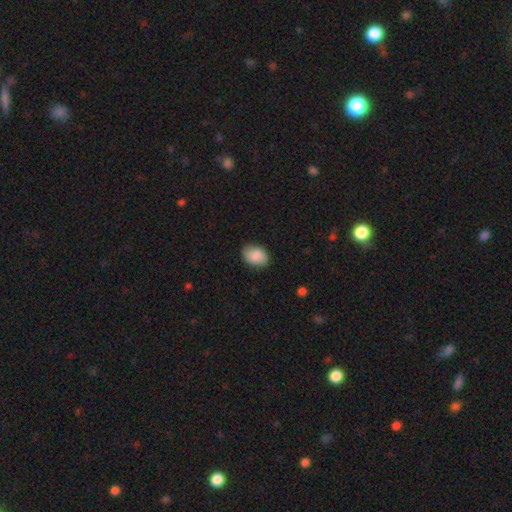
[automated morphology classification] A smooth galaxy with no disk features (86%) that is in between round and cigar-shaped (77%). Merging: none (82%).